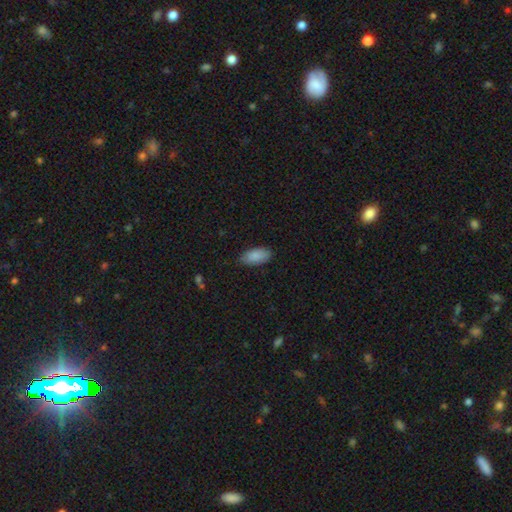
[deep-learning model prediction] Q: Smooth or featured?
A: smooth (88%); runner-up: star or artifact (6%)
Q: How rounded?
A: in between (93%); runner-up: cigar-shaped (5%)
Q: Merging?
A: none (81%); runner-up: minor disturbance (15%)